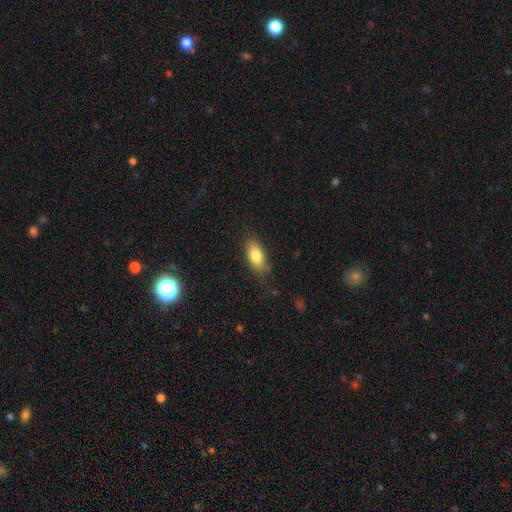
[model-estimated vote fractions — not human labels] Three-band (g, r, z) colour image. It shows a smooth galaxy with no disk features (81%) that is in between round and cigar-shaped (86%). Merging: none (74%).